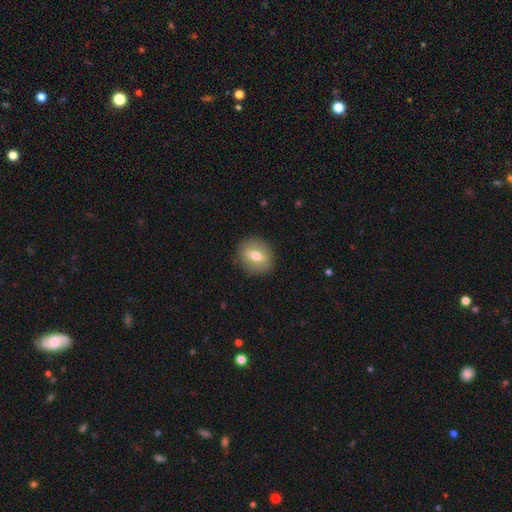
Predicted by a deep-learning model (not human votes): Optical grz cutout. It shows a smooth galaxy with no disk features (60%) that is round (61%). Merging: none (88%).